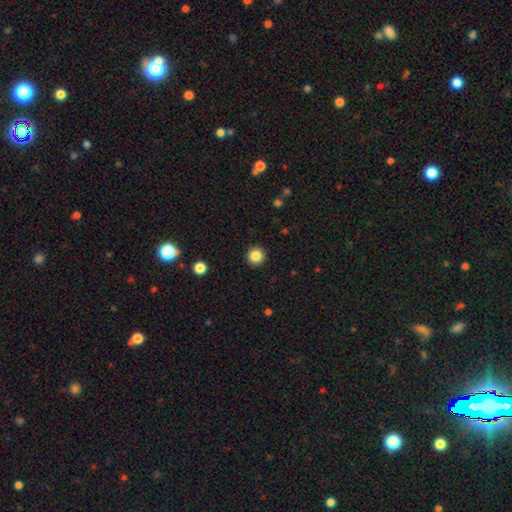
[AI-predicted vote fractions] smooth 85%, star or artifact 11%, featured or disk 4%. Down the decision tree: how rounded — round (95%); merging — none (93%).